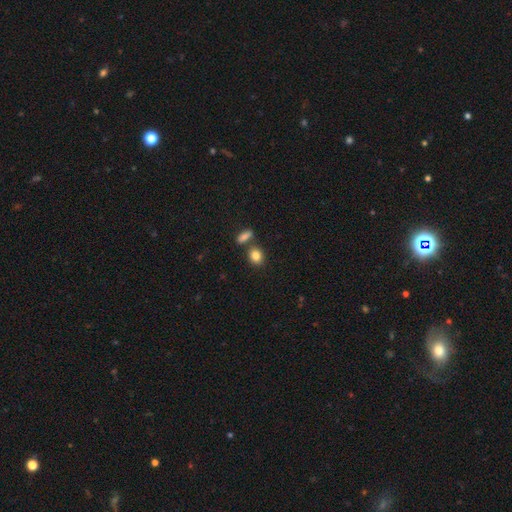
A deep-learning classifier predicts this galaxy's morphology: smooth 84%, star or artifact 9%, featured or disk 7%. Down the decision tree: how rounded — round (53%); merging — none (69%).